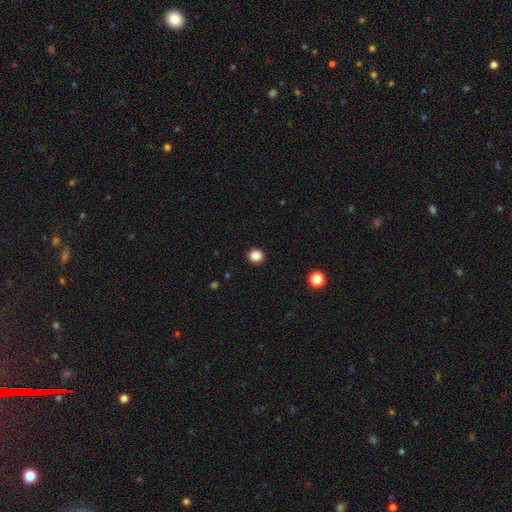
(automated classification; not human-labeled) A smooth galaxy with no disk features (85%) that is round (91%). Merging: none (93%).